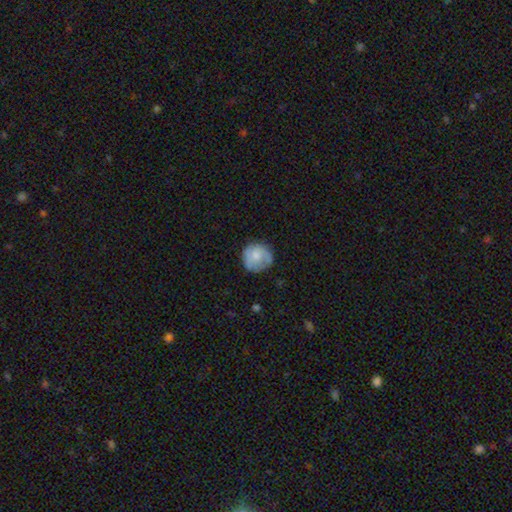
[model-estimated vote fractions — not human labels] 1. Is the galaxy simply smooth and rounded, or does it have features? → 61% smooth, 32% featured or disk, 7% star or artifact.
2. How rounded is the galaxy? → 90% round, 9% in between, 1% cigar-shaped.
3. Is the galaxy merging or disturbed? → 73% none, 20% minor disturbance, 6% major disturbance, 1% merger.